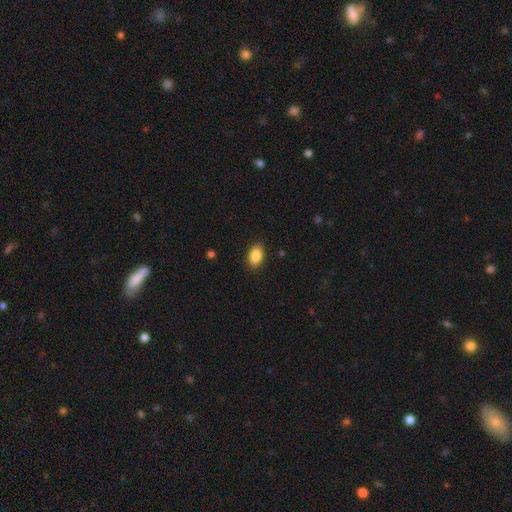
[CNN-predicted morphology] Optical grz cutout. It shows a smooth galaxy with no disk features (88%) that is in between round and cigar-shaped (87%). Merging: none (88%).